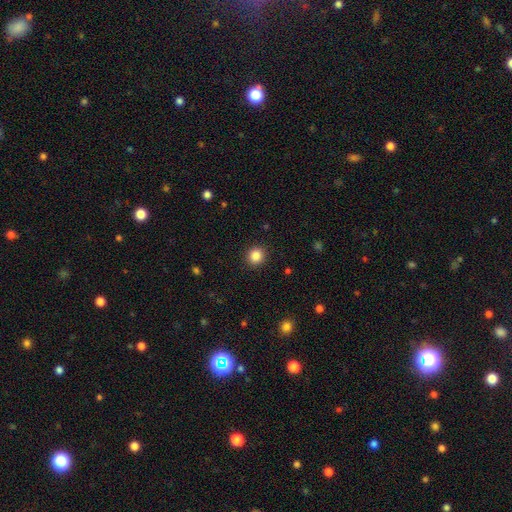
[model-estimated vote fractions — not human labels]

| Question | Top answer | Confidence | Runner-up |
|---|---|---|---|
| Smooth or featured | smooth | 86% | star or artifact (10%) |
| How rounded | round | 87% | in between (12%) |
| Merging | none | 91% | minor disturbance (6%) |